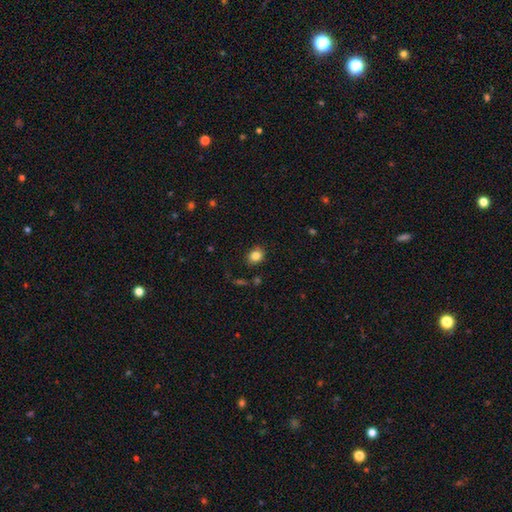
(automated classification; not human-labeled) Morphology: type=smooth (84%); roundness=round (54%); merging=none (86%).